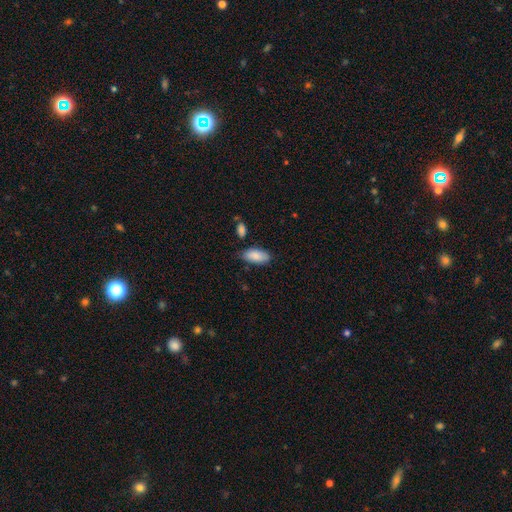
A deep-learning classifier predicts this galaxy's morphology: Smooth or featured? smooth (87%)
How rounded? in between (92%)
Merging? none (73%)